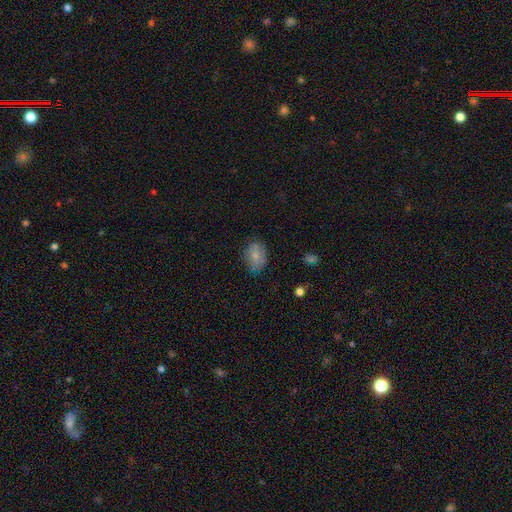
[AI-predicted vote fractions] Smooth or featured: smooth — 76% (featured or disk — 15%)
How rounded: in between — 76% (round — 23%)
Merging: none — 66% (minor disturbance — 26%)